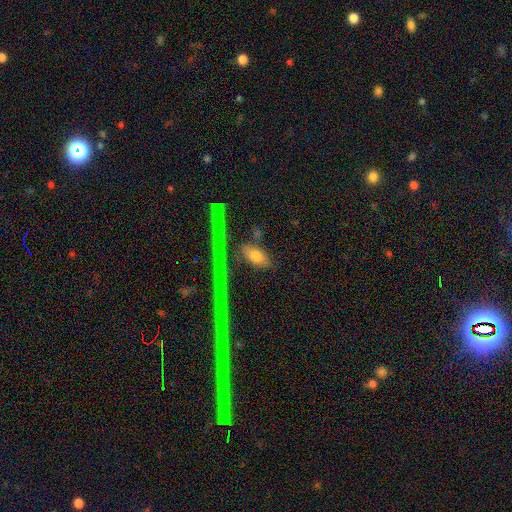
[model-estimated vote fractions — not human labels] Smooth or featured: smooth — 73% (featured or disk — 15%)
How rounded: in between — 88% (round — 6%)
Merging: none — 72% (minor disturbance — 16%)